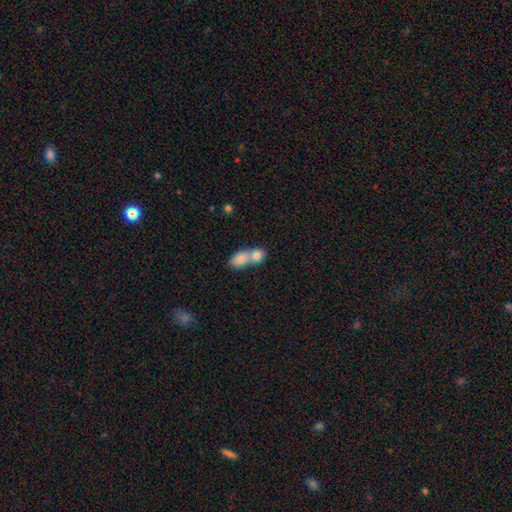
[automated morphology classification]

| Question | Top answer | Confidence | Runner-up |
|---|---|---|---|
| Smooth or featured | smooth | 80% | featured or disk (12%) |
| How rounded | in between | 64% | round (32%) |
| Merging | merger | 74% | none (18%) |